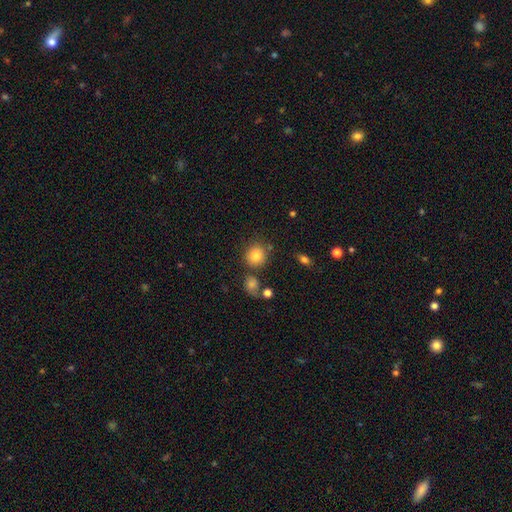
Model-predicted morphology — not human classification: Smooth or featured? smooth (82%)
How rounded? round (88%)
Merging? none (75%)